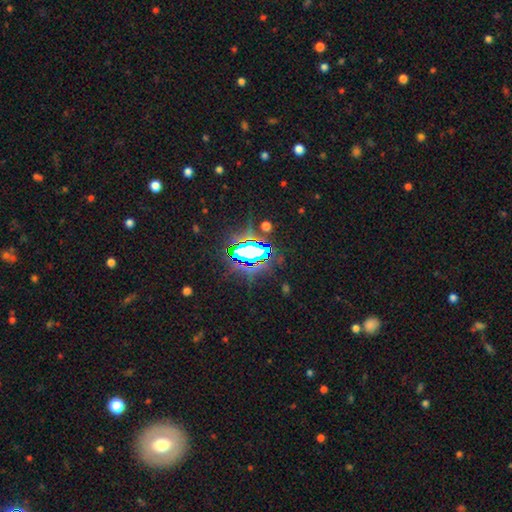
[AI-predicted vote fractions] Overall: star or artifact (77%).